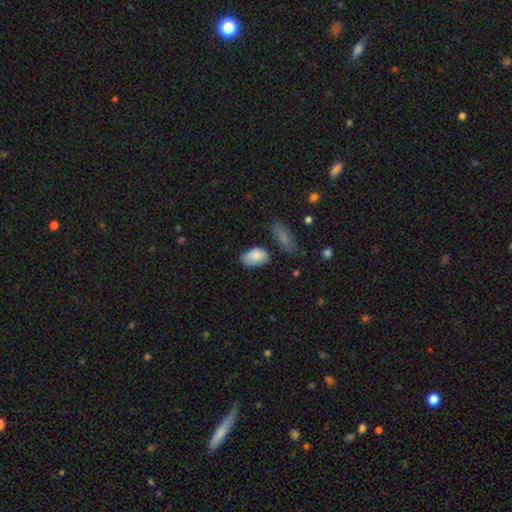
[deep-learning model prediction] Smooth or featured?
  - smooth: 82% *
  - featured or disk: 11%
  - star or artifact: 7%
How rounded?
  - in between: 92% *
  - round: 7%
  - cigar-shaped: 2%
Merging?
  - none: 57% *
  - minor disturbance: 30%
  - major disturbance: 7%
  - merger: 5%